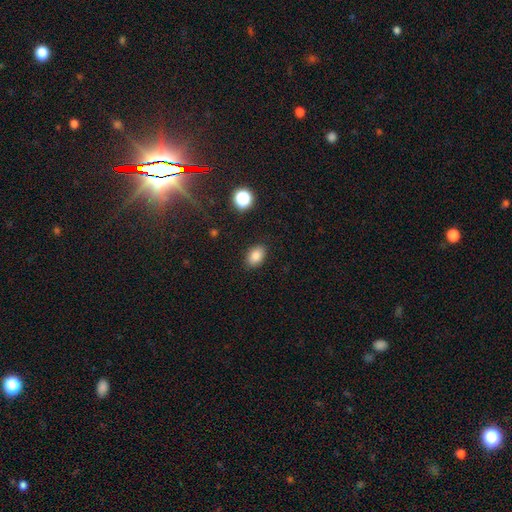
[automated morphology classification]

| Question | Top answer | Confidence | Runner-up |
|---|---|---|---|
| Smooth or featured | smooth | 84% | star or artifact (10%) |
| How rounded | in between | 83% | round (16%) |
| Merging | none | 87% | minor disturbance (9%) |